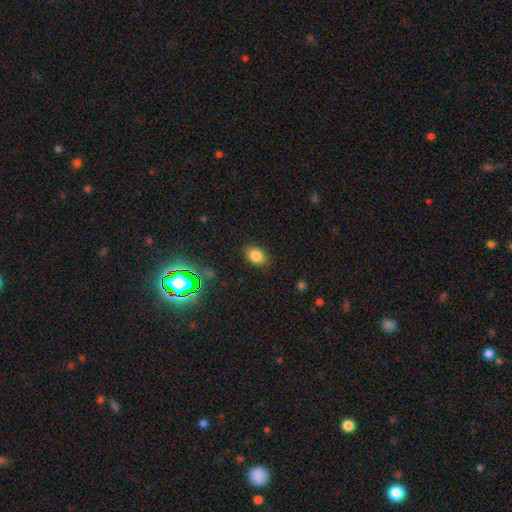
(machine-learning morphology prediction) Overall: smooth (81%). How rounded: in between (73%). Merging: none (85%).